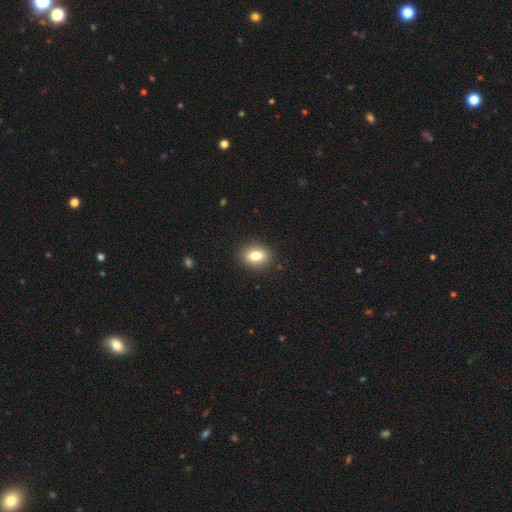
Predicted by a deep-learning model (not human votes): Smooth or featured? Predicted: smooth (p=0.82). How rounded? Predicted: in between (p=0.74). Merging? Predicted: none (p=0.89).